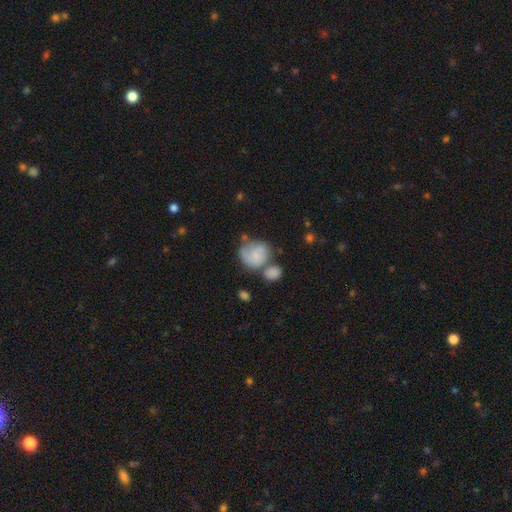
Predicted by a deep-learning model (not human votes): A smooth galaxy with no disk features (61%) that is round (71%). Merging: none (38%).